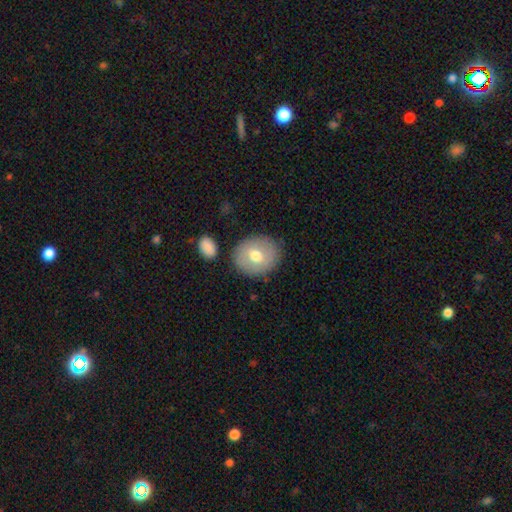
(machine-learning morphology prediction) Smooth or featured: smooth — 68% (featured or disk — 24%)
How rounded: round — 63% (in between — 36%)
Merging: none — 82% (minor disturbance — 10%)